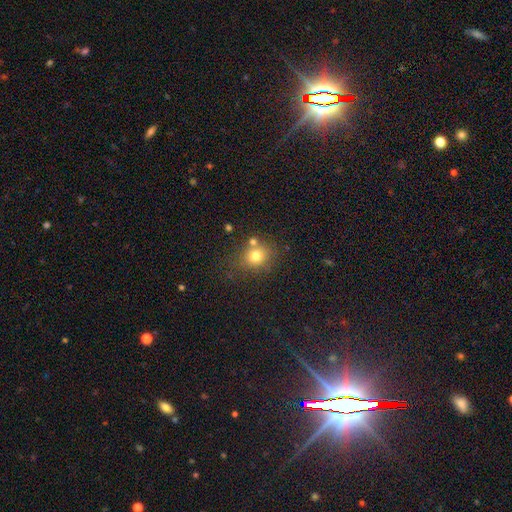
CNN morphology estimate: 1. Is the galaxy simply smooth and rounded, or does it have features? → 76% smooth, 14% star or artifact, 10% featured or disk.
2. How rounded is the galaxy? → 72% round, 27% in between, 1% cigar-shaped.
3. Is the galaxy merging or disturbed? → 66% none, 15% merger, 13% minor disturbance, 5% major disturbance.